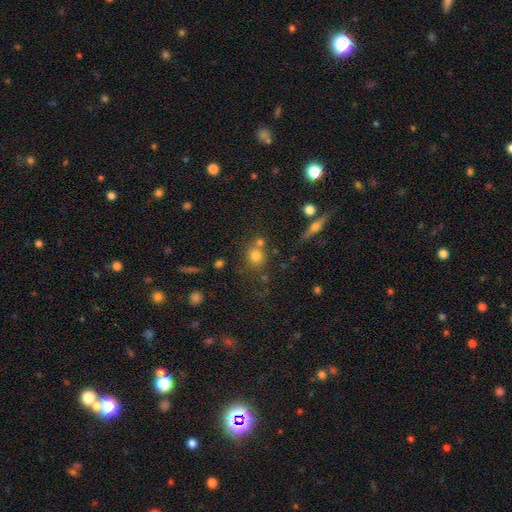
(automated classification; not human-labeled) Morphology: type=smooth (75%); roundness=round (77%); merging=none (58%).